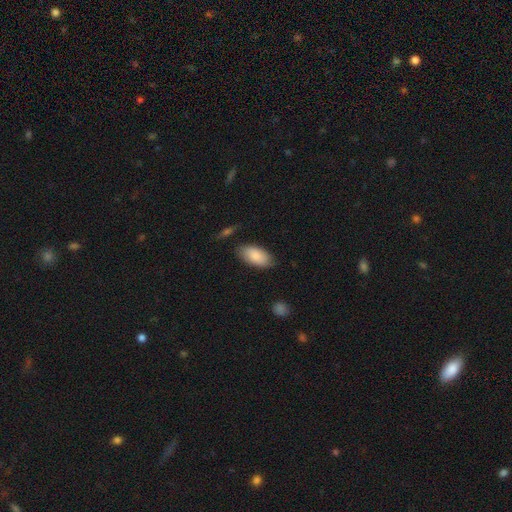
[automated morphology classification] Overall: smooth (86%). How rounded: in between (93%). Merging: none (80%).